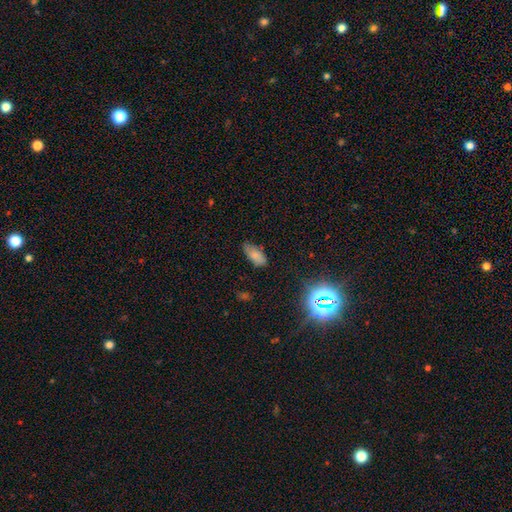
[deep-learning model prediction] A smooth galaxy with no disk features (78%) that is in between round and cigar-shaped (88%).

Vote fractions:
- Smooth or featured? smooth: 78% / star or artifact: 13% / featured or disk: 9%
- How rounded? in between: 88% / cigar-shaped: 9% / round: 3%
- Merging? none: 67% / minor disturbance: 26% / major disturbance: 5% / merger: 2%